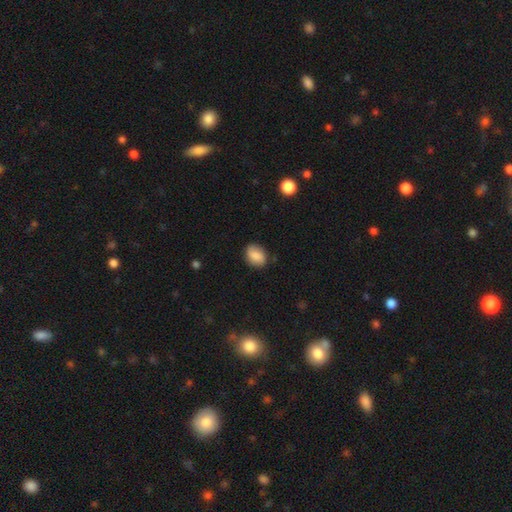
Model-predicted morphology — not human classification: The model was most divided on "how rounded": in between: 66%, round: 33%, cigar-shaped: 1%. More confident: merging — none (78%); smooth or featured — smooth (74%).